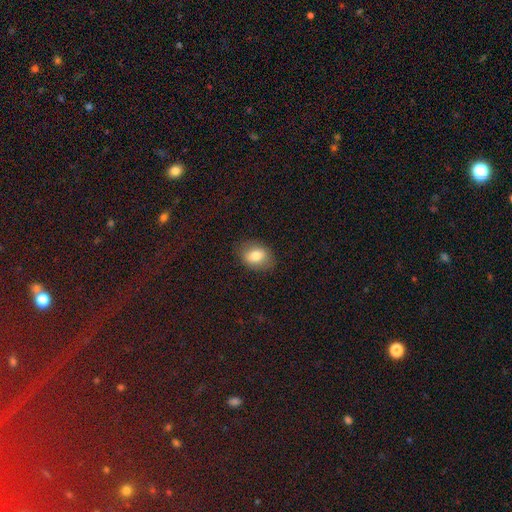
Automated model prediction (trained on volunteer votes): smooth-or-featured: smooth: 78% | featured or disk: 13% | star or artifact: 9%
  how-rounded: in between: 64% | round: 34% | cigar-shaped: 1%
  merging: none: 82% | minor disturbance: 13% | major disturbance: 4% | merger: 1%